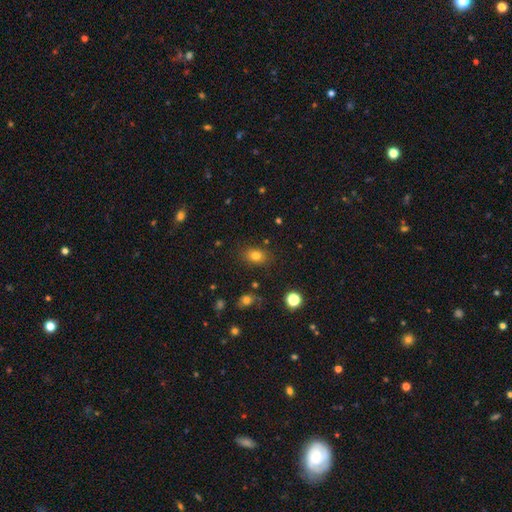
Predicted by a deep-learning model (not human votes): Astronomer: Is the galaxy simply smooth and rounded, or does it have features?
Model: smooth — 77%.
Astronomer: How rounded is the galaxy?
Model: in between — 68%.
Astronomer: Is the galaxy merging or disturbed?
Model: none — 83%.